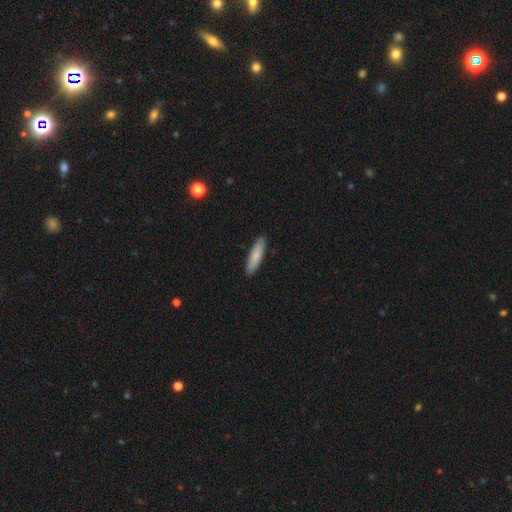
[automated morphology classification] Smooth or featured? smooth (81%)
How rounded? cigar-shaped (74%)
Merging? none (89%)